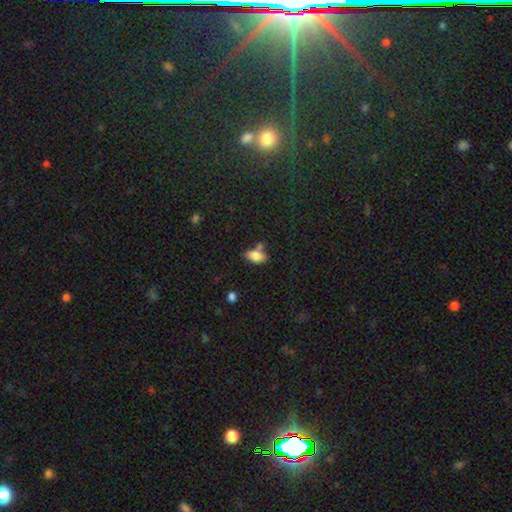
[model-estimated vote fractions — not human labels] Morphology: type=smooth (80%); roundness=in between (88%); merging=none (58%).